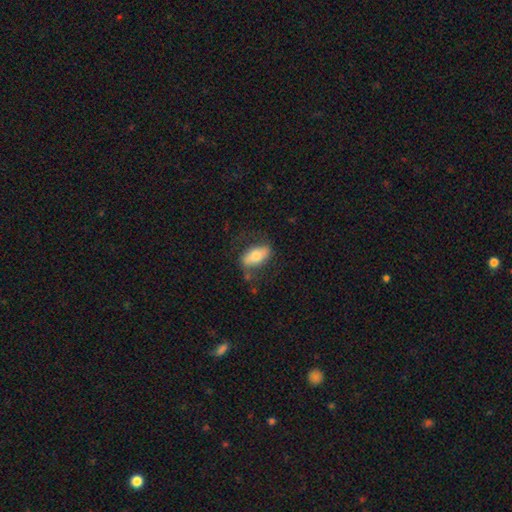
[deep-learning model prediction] A smooth galaxy with no disk features (61%) that is in between round and cigar-shaped (86%).

Vote fractions:
- Smooth or featured? smooth: 61% / featured or disk: 33% / star or artifact: 7%
- How rounded? in between: 86% / cigar-shaped: 10% / round: 5%
- Merging? none: 64% / minor disturbance: 22% / major disturbance: 12% / merger: 3%